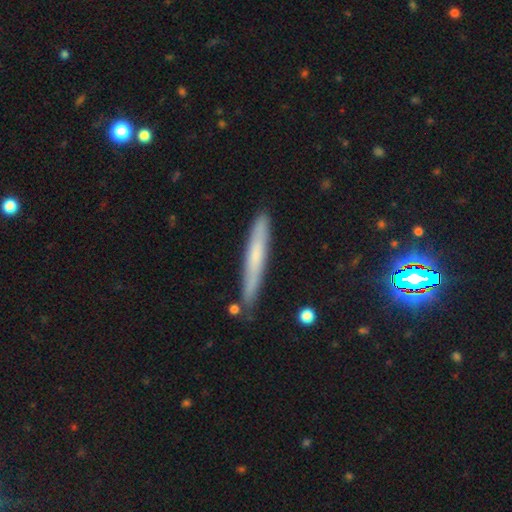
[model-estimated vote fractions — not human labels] Smooth or featured?
  - smooth: 57% *
  - featured or disk: 35%
  - star or artifact: 8%
How rounded?
  - cigar-shaped: 96% *
  - in between: 3%
  - round: 1%
Merging?
  - none: 84% *
  - minor disturbance: 12%
  - merger: 2%
  - major disturbance: 2%